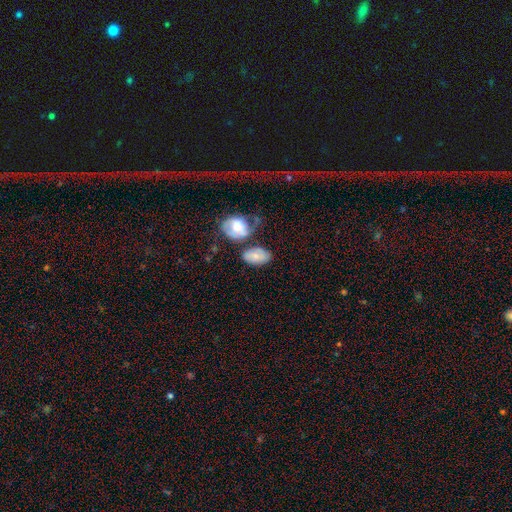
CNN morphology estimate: Smooth or featured?
  - smooth: 71% *
  - featured or disk: 22%
  - star or artifact: 7%
How rounded?
  - in between: 90% *
  - round: 8%
  - cigar-shaped: 2%
Merging?
  - none: 50% *
  - merger: 22%
  - minor disturbance: 21%
  - major disturbance: 8%